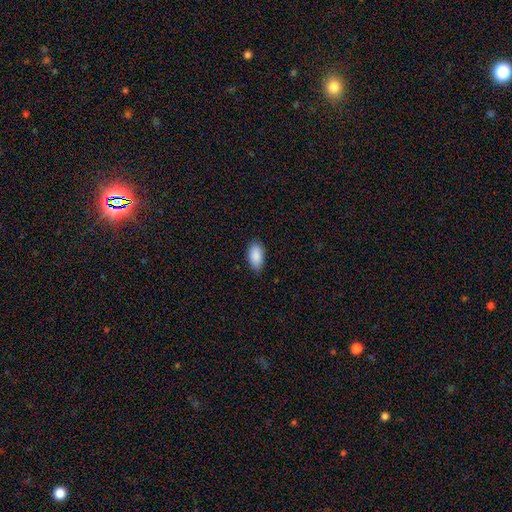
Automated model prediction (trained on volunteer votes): Q: Smooth or featured?
A: smooth (89%); runner-up: star or artifact (6%)
Q: How rounded?
A: in between (94%); runner-up: cigar-shaped (3%)
Q: Merging?
A: none (83%); runner-up: minor disturbance (14%)